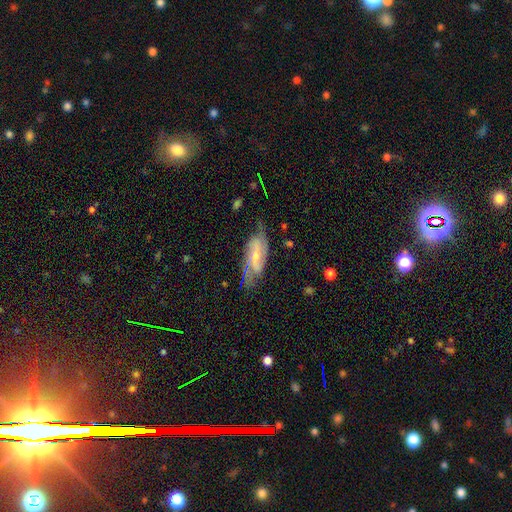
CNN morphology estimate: Q: Smooth or featured?
A: featured or disk (81%); runner-up: smooth (13%)
Q: Edge-on disk?
A: no (91%); runner-up: yes (9%)
Q: Bar?
A: weak (42%); runner-up: no (33%)
Q: Spiral arms?
A: yes (94%); runner-up: no (6%)
Q: Spiral winding?
A: medium (46%); runner-up: tight (29%)
Q: Spiral arm count?
A: 2 (76%); runner-up: can't tell (11%)
Q: Bulge size?
A: small (65%); runner-up: moderate (26%)
Q: Merging?
A: none (66%); runner-up: minor disturbance (22%)